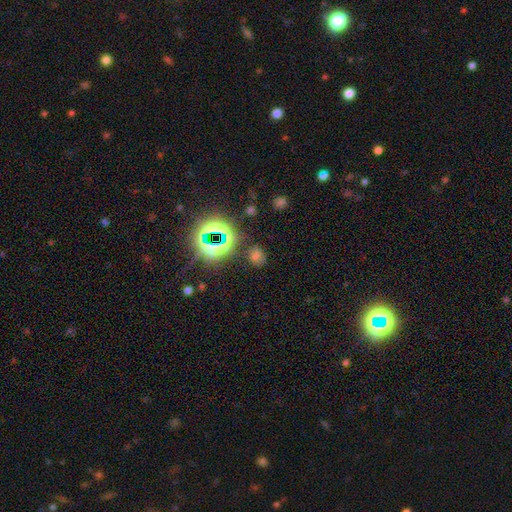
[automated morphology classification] Q: Smooth or featured?
A: star or artifact (47%); runner-up: smooth (42%)